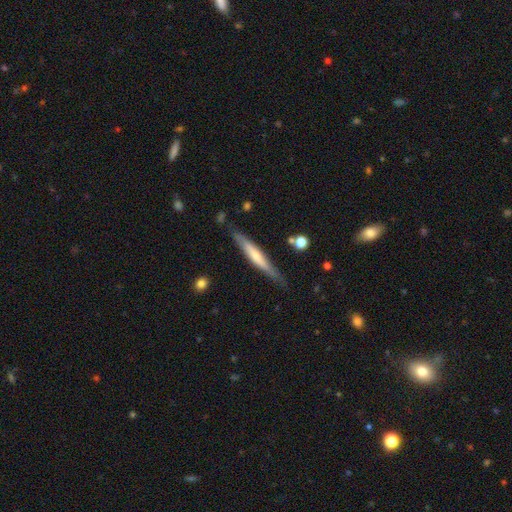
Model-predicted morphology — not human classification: A featured or disk galaxy (49%).

Vote fractions:
- Smooth or featured? featured or disk: 49% / smooth: 45% / star or artifact: 5%
- Merging? none: 77% / minor disturbance: 16% / major disturbance: 3% / merger: 3%